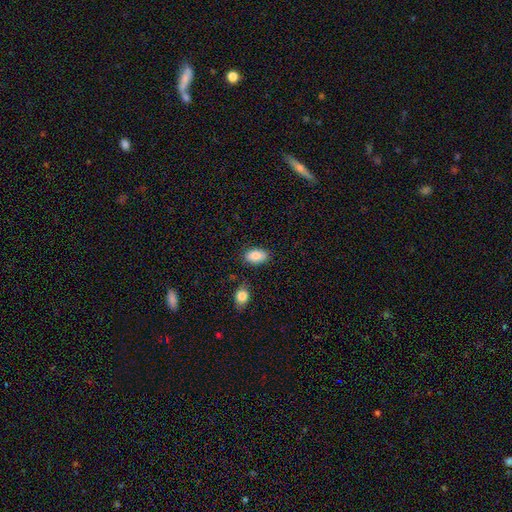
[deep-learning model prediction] A smooth galaxy with no disk features (88%) that is in between round and cigar-shaped (93%).

Vote fractions:
- Smooth or featured? smooth: 88% / star or artifact: 7% / featured or disk: 5%
- How rounded? in between: 93% / round: 5% / cigar-shaped: 2%
- Merging? none: 81% / minor disturbance: 13% / merger: 3% / major disturbance: 3%